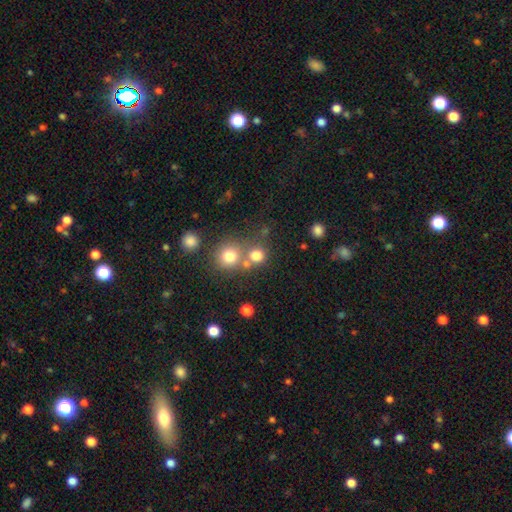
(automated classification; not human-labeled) smooth 75%, star or artifact 16%, featured or disk 9%. Down the decision tree: how rounded — round (86%); merging — none (56%).